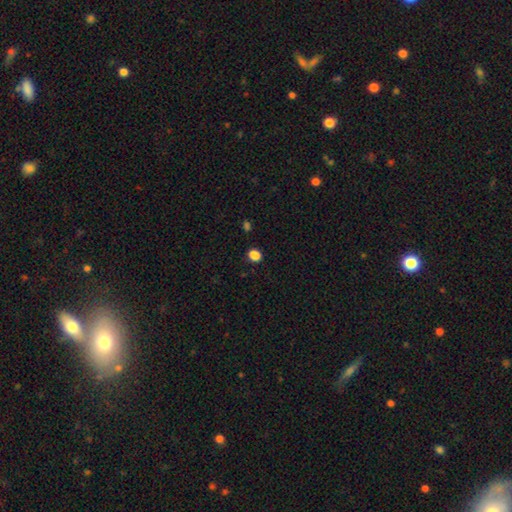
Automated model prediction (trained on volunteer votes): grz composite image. It shows a smooth galaxy with no disk features (83%) that is in between round and cigar-shaped (50%). Merging: none (85%).